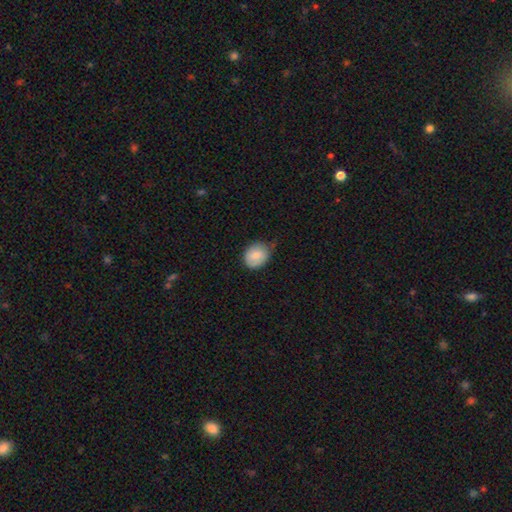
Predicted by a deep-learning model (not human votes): smooth_or_featured: smooth (p=0.82) [alt: featured or disk p=0.11]
how_rounded: round (p=0.58) [alt: in between p=0.41]
merging: none (p=0.50) [alt: minor disturbance p=0.40]